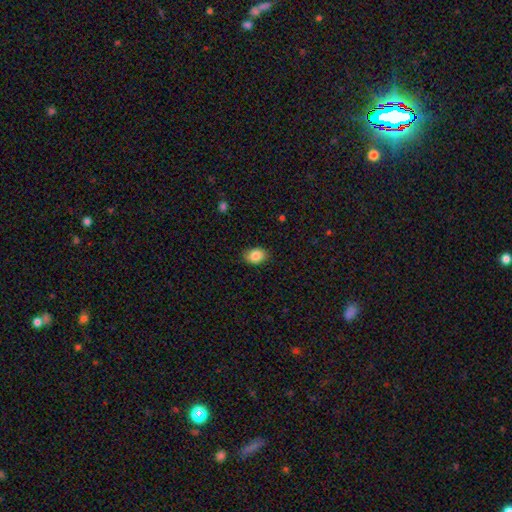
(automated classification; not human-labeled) Smooth or featured? Predicted: smooth (p=0.86). How rounded? Predicted: in between (p=0.70). Merging? Predicted: none (p=0.87).